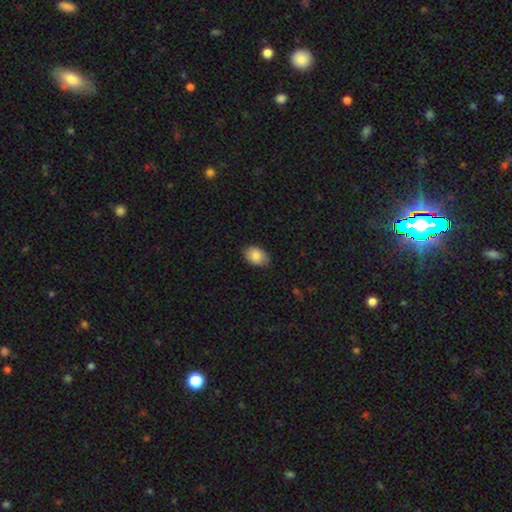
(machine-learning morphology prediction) A smooth galaxy with no disk features (85%) that is in between round and cigar-shaped (85%). Merging: none (83%).